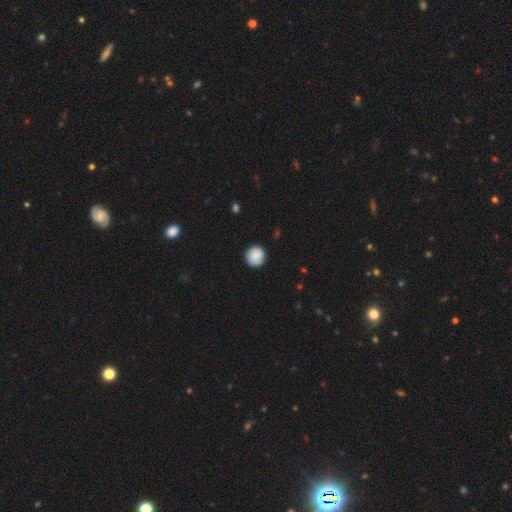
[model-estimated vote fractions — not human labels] smooth 81%, featured or disk 12%, star or artifact 7%. Down the decision tree: how rounded — round (91%); merging — none (86%).